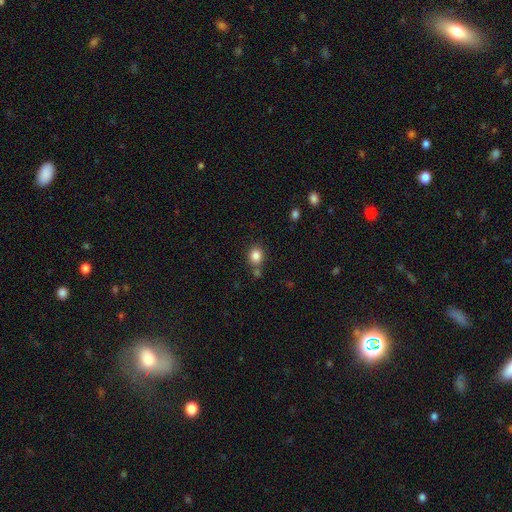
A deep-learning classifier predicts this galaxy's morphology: A smooth galaxy with no disk features (84%) that is round (71%).

Vote fractions:
- Smooth or featured? smooth: 84% / star or artifact: 11% / featured or disk: 5%
- How rounded? round: 71% / in between: 28% / cigar-shaped: 1%
- Merging? none: 71% / merger: 14% / minor disturbance: 12% / major disturbance: 4%